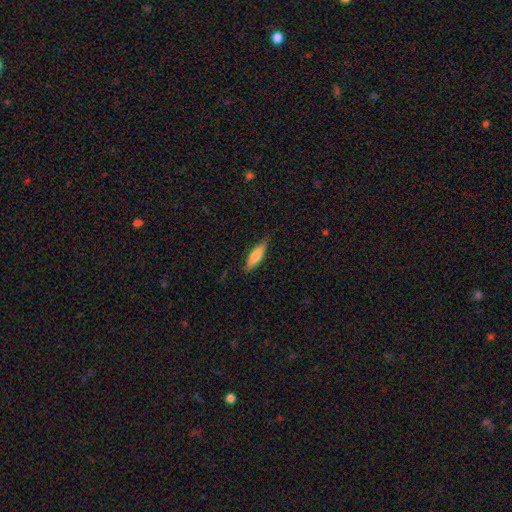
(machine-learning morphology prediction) Q: Smooth or featured?
A: smooth (76%); runner-up: featured or disk (19%)
Q: How rounded?
A: cigar-shaped (64%); runner-up: in between (35%)
Q: Merging?
A: none (85%); runner-up: minor disturbance (12%)